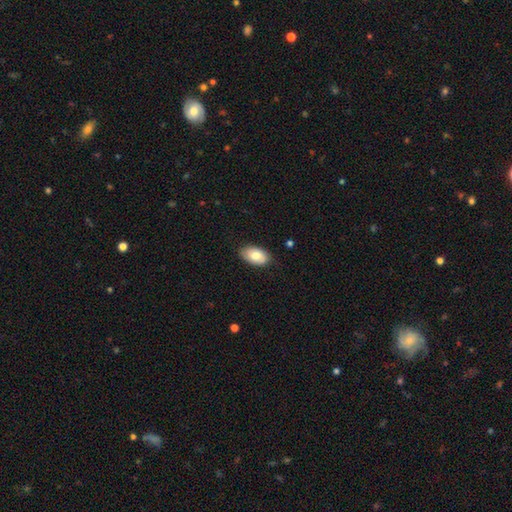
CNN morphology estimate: A smooth galaxy with no disk features (77%) that is in between round and cigar-shaped (93%). Merging: none (83%).